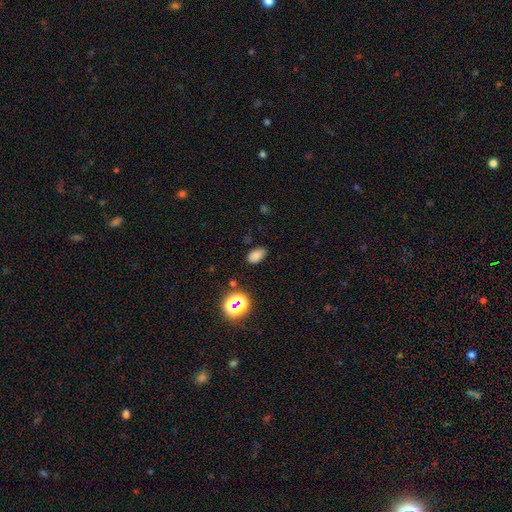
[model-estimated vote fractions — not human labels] This is likely a smooth galaxy (76%). How rounded: clearly in between (88%). Merging: clearly none (80%).